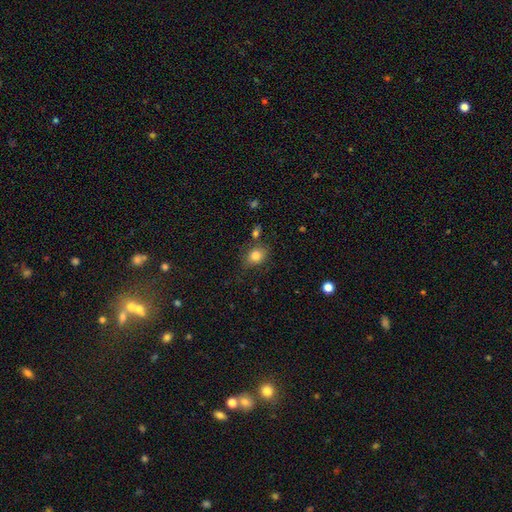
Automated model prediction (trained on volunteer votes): Smooth or featured?
  - smooth: 81% *
  - star or artifact: 10%
  - featured or disk: 9%
How rounded?
  - round: 49% * (tied)
  - in between: 49% * (tied)
  - cigar-shaped: 1%
Merging?
  - none: 67% *
  - minor disturbance: 20%
  - merger: 7%
  - major disturbance: 6%